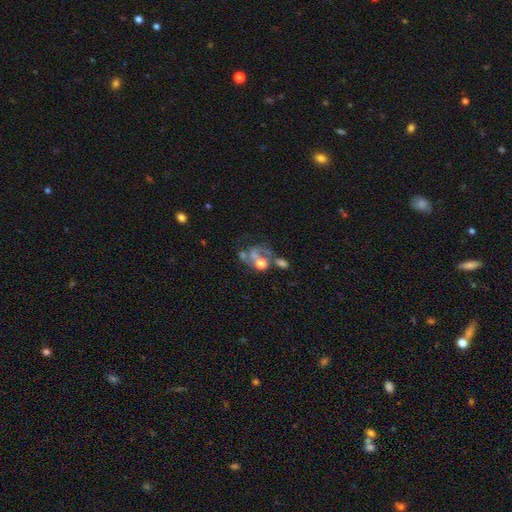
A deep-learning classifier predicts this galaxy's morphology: type=featured or disk (57%); edge-on=no (97%); bar=no (78%); spiral arms=no (53%); bulge=moderate (47%); merging=merger (31%).